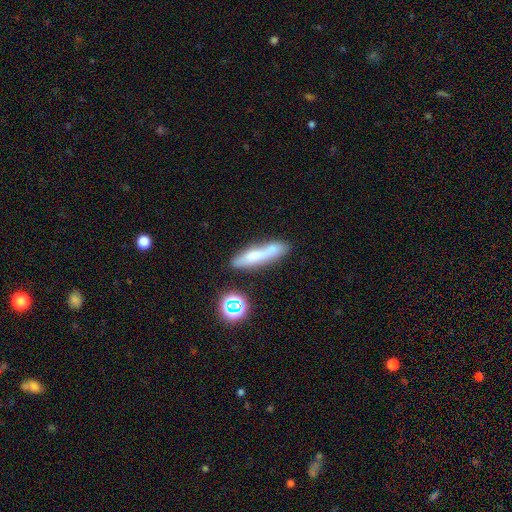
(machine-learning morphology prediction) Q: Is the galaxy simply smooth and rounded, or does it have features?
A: smooth — 61%.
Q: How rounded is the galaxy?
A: cigar-shaped — 74%.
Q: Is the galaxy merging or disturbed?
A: none — 54%.